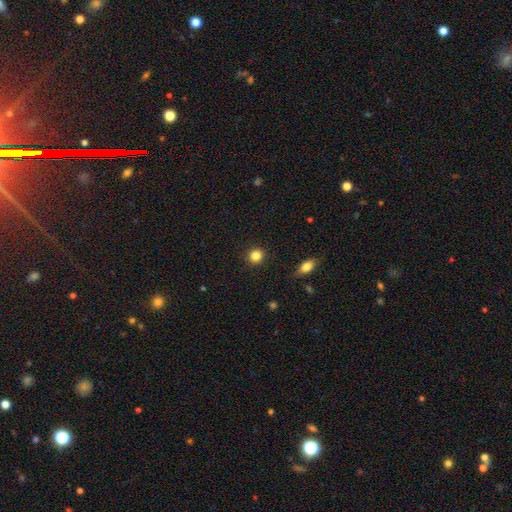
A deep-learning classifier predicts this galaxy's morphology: smooth 84%, star or artifact 11%, featured or disk 5%. Down the decision tree: how rounded — round (91%); merging — none (91%).